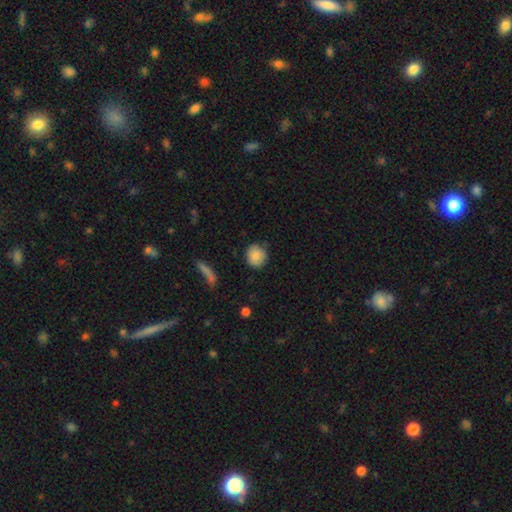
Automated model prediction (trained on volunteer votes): This appears to be a smooth galaxy with no disk features (84%) that is round (82%). Merging: none (79%).